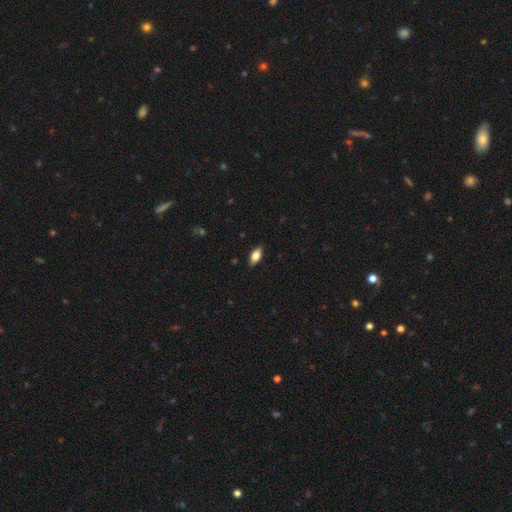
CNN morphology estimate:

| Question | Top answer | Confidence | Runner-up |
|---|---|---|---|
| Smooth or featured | smooth | 78% | featured or disk (15%) |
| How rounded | in between | 88% | cigar-shaped (9%) |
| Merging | none | 87% | minor disturbance (10%) |